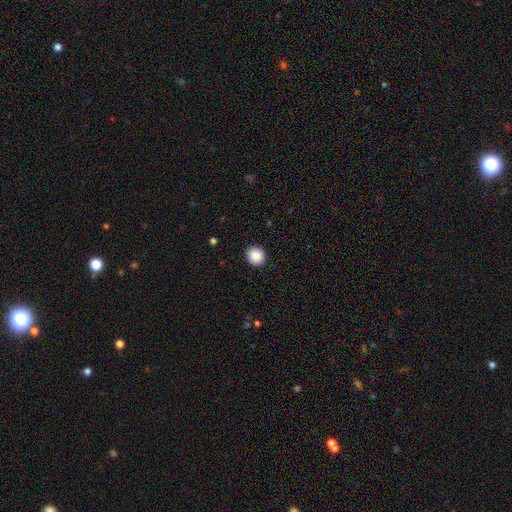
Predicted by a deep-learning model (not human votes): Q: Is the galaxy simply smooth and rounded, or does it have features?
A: smooth — 88%.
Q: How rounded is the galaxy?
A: round — 89%.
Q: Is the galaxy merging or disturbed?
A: none — 92%.